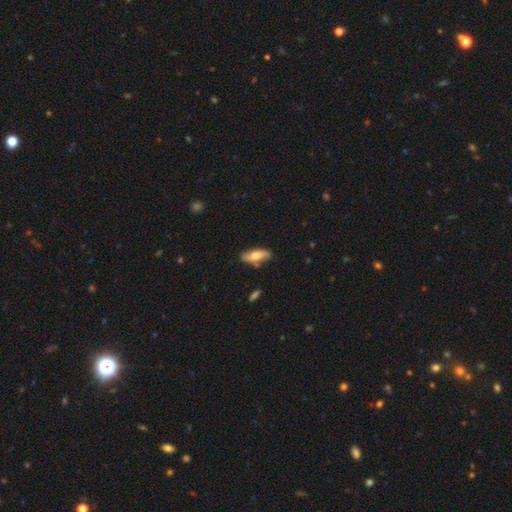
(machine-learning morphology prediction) type=smooth (69%); roundness=in between (71%); merging=none (75%).